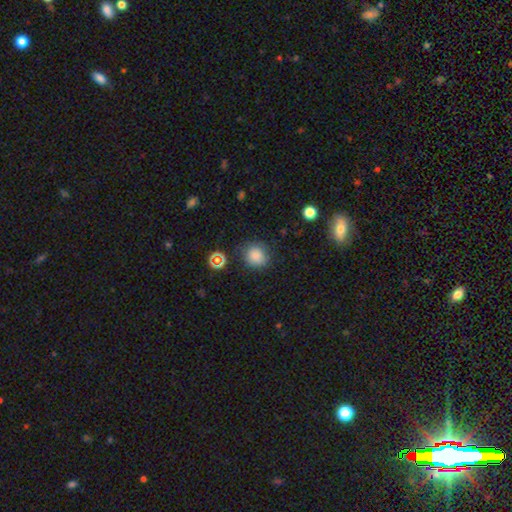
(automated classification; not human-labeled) Morphology: type=smooth (78%); roundness=round (82%); merging=none (78%).